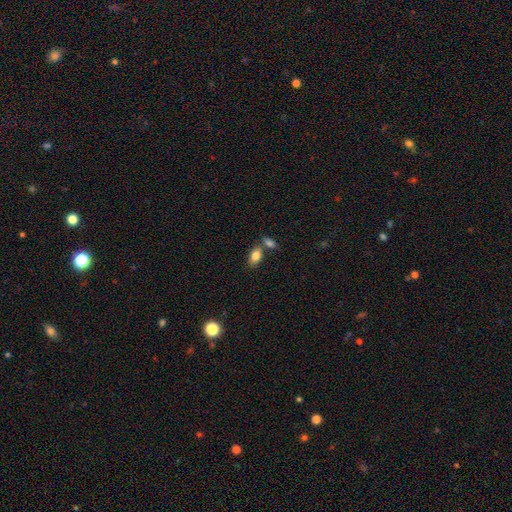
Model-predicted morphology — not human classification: The model was most divided on "merging": none: 58%, merger: 27%, minor disturbance: 12%, major disturbance: 3%. More confident: how rounded — in between (90%); smooth or featured — smooth (83%).